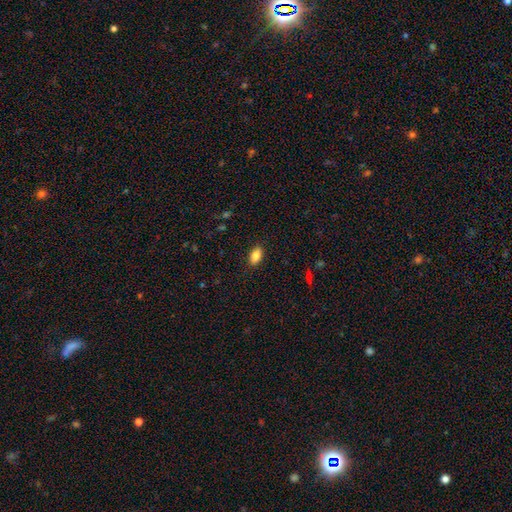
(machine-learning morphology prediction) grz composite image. It shows a smooth galaxy with no disk features (85%) that is in between round and cigar-shaped (91%). Merging: none (88%).